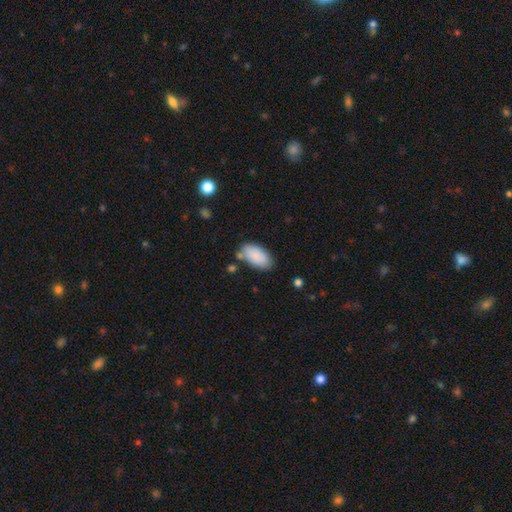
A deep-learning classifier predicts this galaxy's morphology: This appears to be a smooth galaxy with no disk features (88%) that is in between round and cigar-shaped (95%). Merging: none (72%).